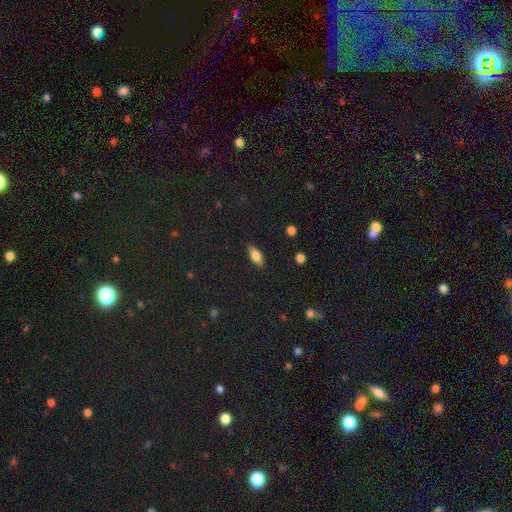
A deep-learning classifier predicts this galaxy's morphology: This appears to be a smooth galaxy with no disk features (75%) that is in between round and cigar-shaped (79%). Merging: none (87%).